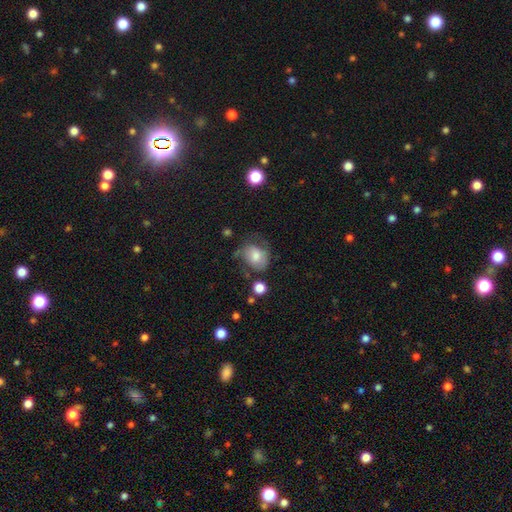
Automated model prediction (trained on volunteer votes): A smooth galaxy with no disk features (56%) that is in between round and cigar-shaped (50%).

Vote fractions:
- Smooth or featured? smooth: 56% / featured or disk: 34% / star or artifact: 9%
- How rounded? in between: 50% / round: 49% / cigar-shaped: 1%
- Merging? none: 42% / minor disturbance: 29% / major disturbance: 25% / merger: 4%